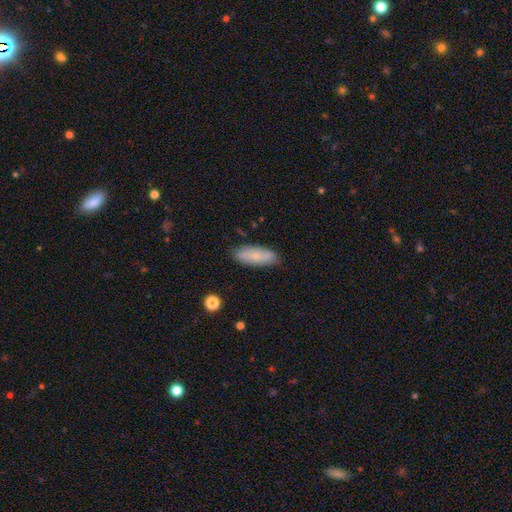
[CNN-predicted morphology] Overall: smooth (70%). How rounded: in between (68%; cigar-shaped 30%). Merging: none (83%).